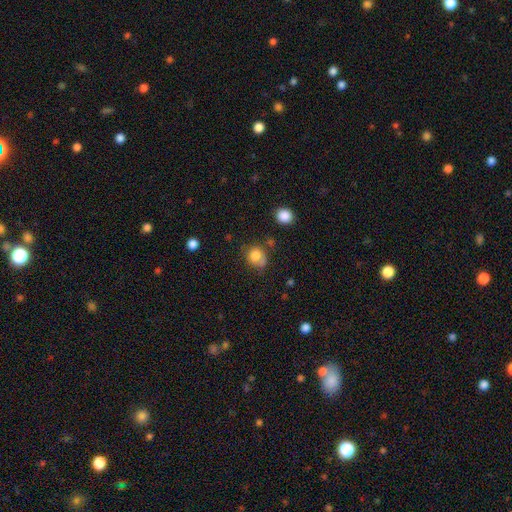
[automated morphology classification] smooth 77%, star or artifact 12%, featured or disk 11%. Down the decision tree: how rounded — round (71%); merging — none (51%).